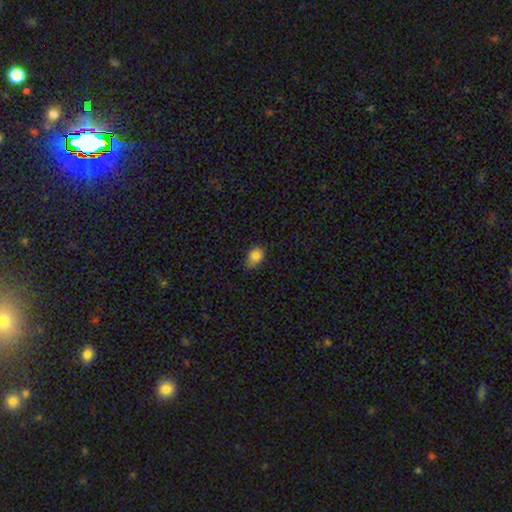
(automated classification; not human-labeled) Smooth or featured?
  - smooth: 85% *
  - star or artifact: 11%
  - featured or disk: 5%
How rounded?
  - in between: 59% *
  - round: 40%
  - cigar-shaped: 1%
Merging?
  - none: 66% *
  - minor disturbance: 28%
  - major disturbance: 4%
  - merger: 1%